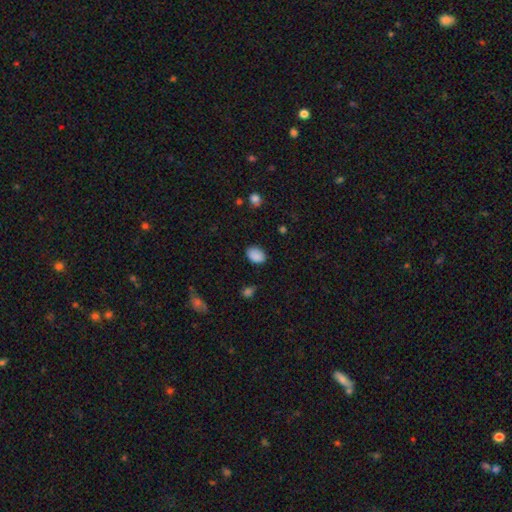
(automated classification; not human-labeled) Smooth or featured?
  - smooth: 88% *
  - star or artifact: 8%
  - featured or disk: 4%
How rounded?
  - in between: 82% *
  - round: 17%
  - cigar-shaped: 1%
Merging?
  - none: 81% *
  - minor disturbance: 15%
  - major disturbance: 3%
  - merger: 1%